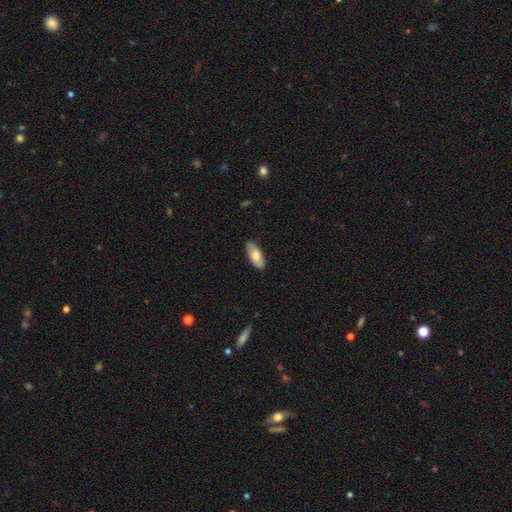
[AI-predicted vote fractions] This appears to be a smooth galaxy with no disk features (71%) that is in between round and cigar-shaped (85%). Merging: none (86%).